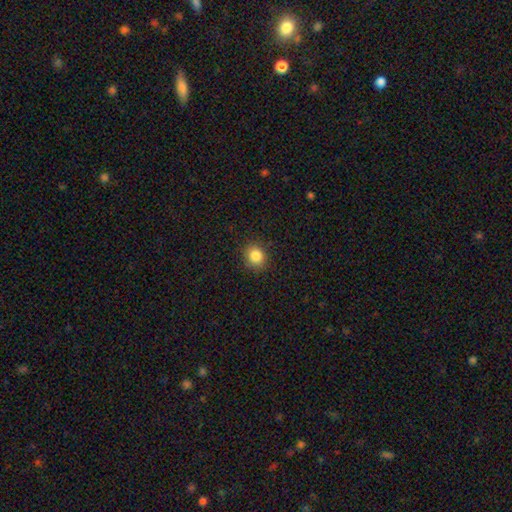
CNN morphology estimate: smooth_or_featured: smooth (p=0.85) [alt: star or artifact p=0.11]
how_rounded: round (p=0.81) [alt: in between p=0.18]
merging: none (p=0.89) [alt: minor disturbance p=0.08]